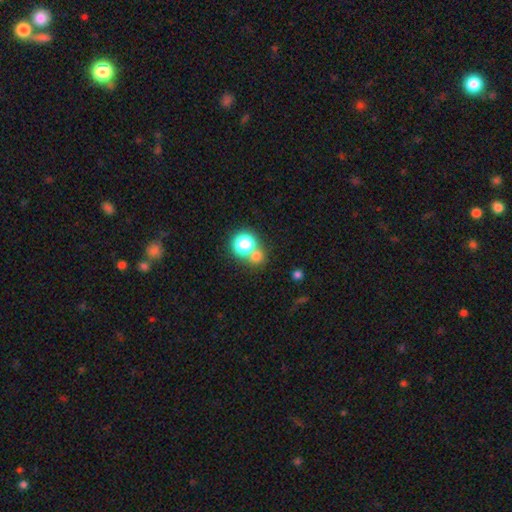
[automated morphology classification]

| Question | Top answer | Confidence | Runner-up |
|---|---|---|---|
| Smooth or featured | smooth | 71% | star or artifact (20%) |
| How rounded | round | 84% | in between (15%) |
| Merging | none | 49% | merger (40%) |